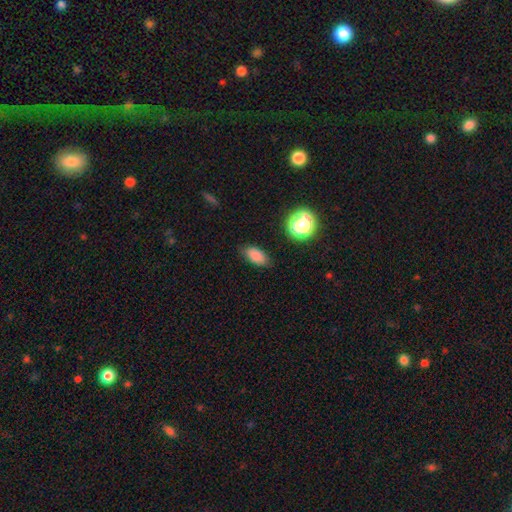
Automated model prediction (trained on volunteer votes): A smooth galaxy with no disk features (83%) that is in between round and cigar-shaped (88%). Merging: none (83%).